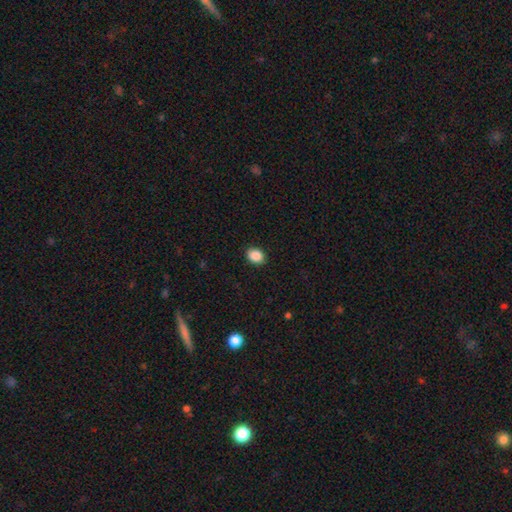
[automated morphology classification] type=smooth (89%); roundness=in between (62%); merging=none (90%).